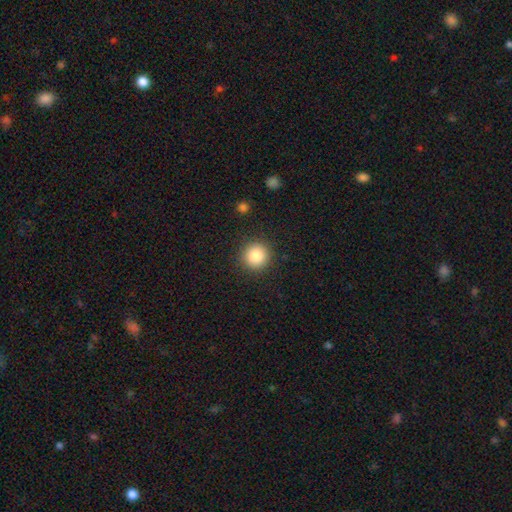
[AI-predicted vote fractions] Smooth or featured?
  - smooth: 85% *
  - star or artifact: 10%
  - featured or disk: 5%
How rounded?
  - round: 94% *
  - in between: 5%
  - cigar-shaped: 1%
Merging?
  - none: 91% *
  - minor disturbance: 6%
  - major disturbance: 2%
  - merger: 1%